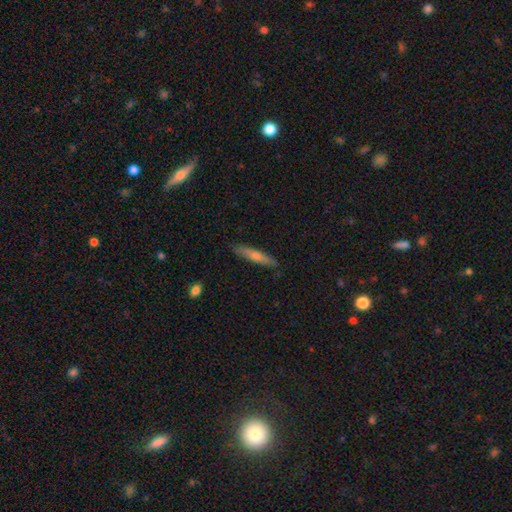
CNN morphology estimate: Q: Smooth or featured?
A: smooth (57%); runner-up: featured or disk (37%)
Q: How rounded?
A: cigar-shaped (90%); runner-up: in between (8%)
Q: Merging?
A: none (87%); runner-up: minor disturbance (10%)